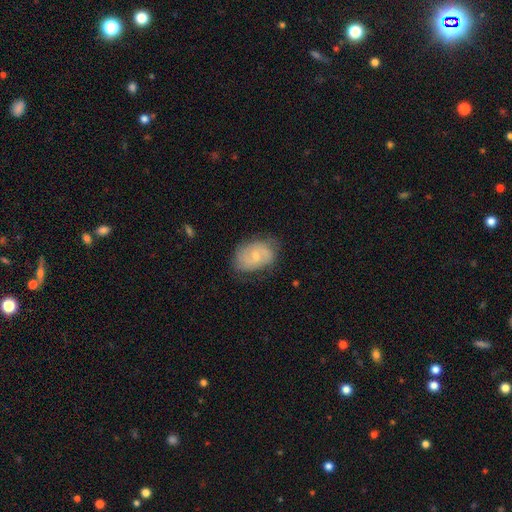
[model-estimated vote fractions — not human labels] The model was most divided on "smooth or featured": featured or disk: 54%, smooth: 39%, star or artifact: 7%. More confident: edge-on disk — no (96%); spiral arms — yes (80%); merging — none (68%); bar — no (60%); bulge size — small (59%).